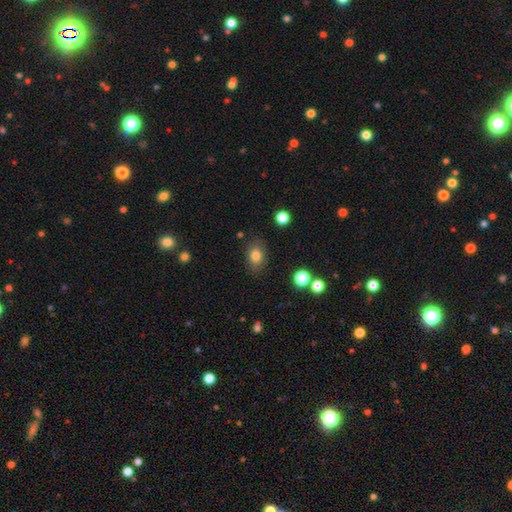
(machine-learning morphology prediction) A smooth galaxy with no disk features (81%) that is in between round and cigar-shaped (69%).

Vote fractions:
- Smooth or featured? smooth: 81% / star or artifact: 10% / featured or disk: 9%
- How rounded? in between: 69% / round: 30% / cigar-shaped: 1%
- Merging? none: 81% / minor disturbance: 13% / major disturbance: 4% / merger: 2%